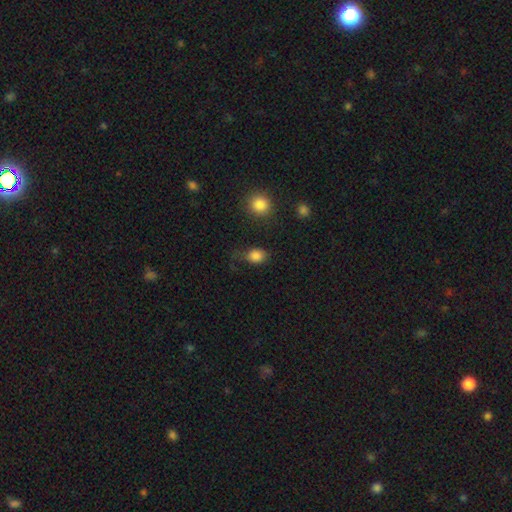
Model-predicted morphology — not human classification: smooth 84%, star or artifact 11%, featured or disk 5%. Down the decision tree: how rounded — in between (51%); merging — none (60%).